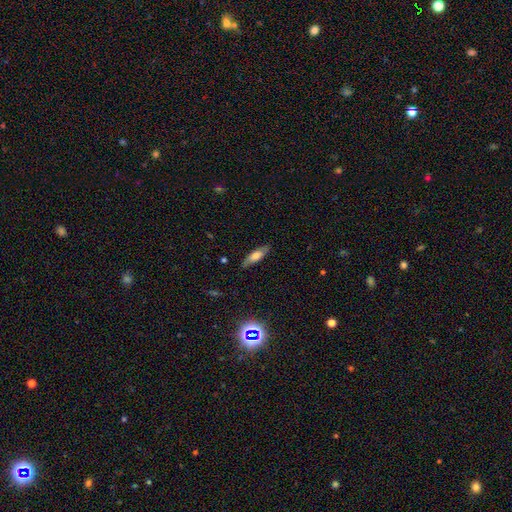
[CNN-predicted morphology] smooth_or_featured: smooth (p=0.62) [alt: featured or disk p=0.29]
how_rounded: cigar-shaped (p=0.56) [alt: in between p=0.41]
merging: none (p=0.81) [alt: minor disturbance p=0.15]